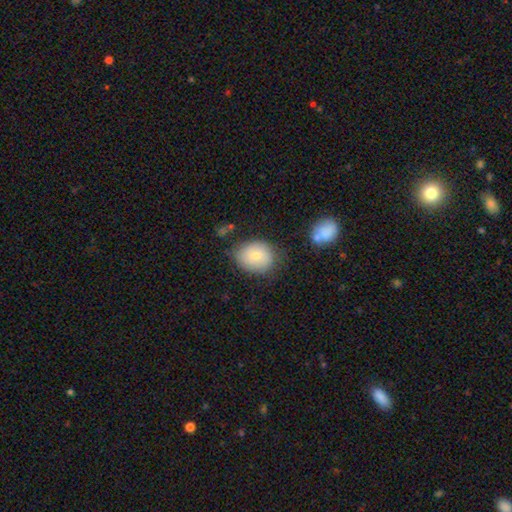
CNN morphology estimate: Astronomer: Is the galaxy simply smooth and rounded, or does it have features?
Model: smooth — 76%.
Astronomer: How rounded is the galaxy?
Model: round — 55% (runner-up: in between, 44%).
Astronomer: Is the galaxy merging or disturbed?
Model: none — 69%.